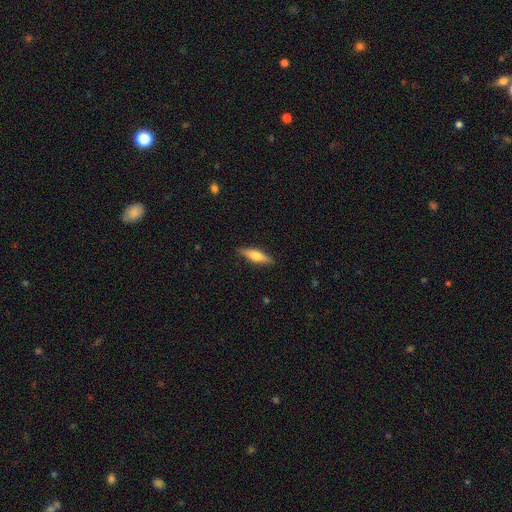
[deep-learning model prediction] Smooth or featured? smooth (57%)
How rounded? cigar-shaped (64%)
Merging? none (88%)